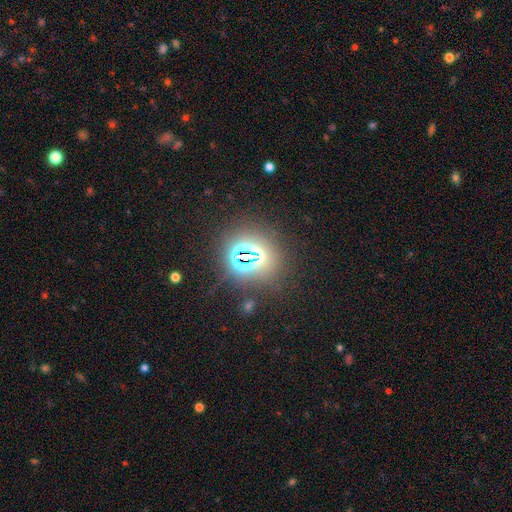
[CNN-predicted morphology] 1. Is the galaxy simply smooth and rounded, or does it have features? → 73% star or artifact, 18% smooth, 9% featured or disk.